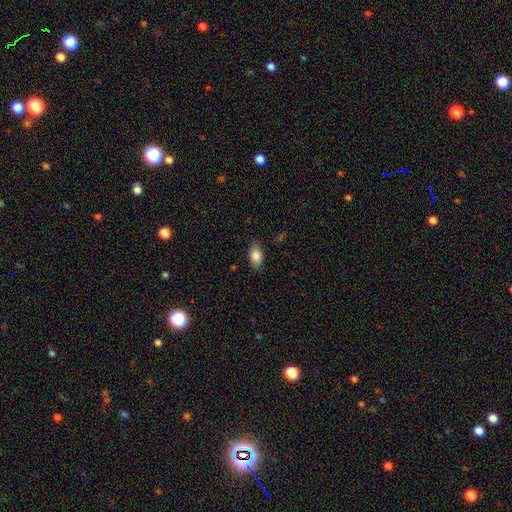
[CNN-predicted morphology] This appears to be a smooth galaxy with no disk features (86%) that is in between round and cigar-shaped (90%). Merging: none (83%).